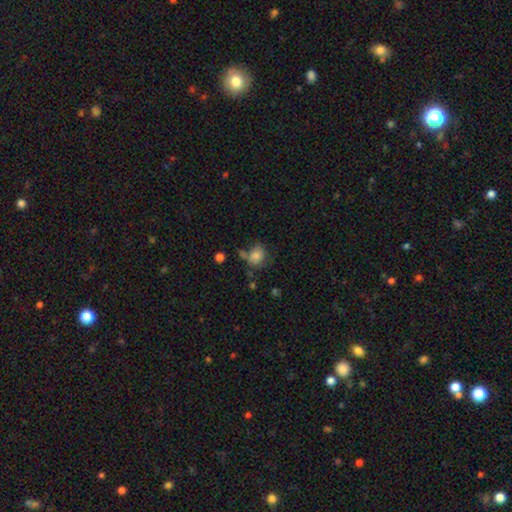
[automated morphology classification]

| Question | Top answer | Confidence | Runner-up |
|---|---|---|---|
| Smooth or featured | smooth | 79% | featured or disk (11%) |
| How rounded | round | 64% | in between (35%) |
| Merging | none | 51% | minor disturbance (23%) |